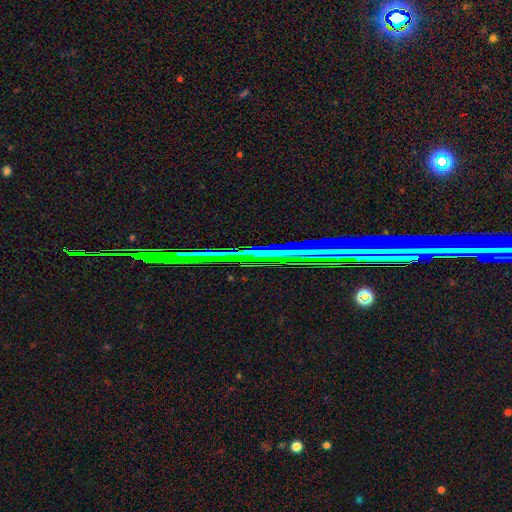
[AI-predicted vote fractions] Morphology: type=star or artifact (70%).